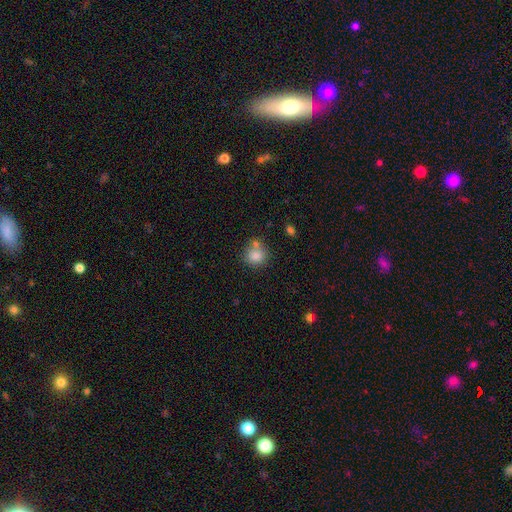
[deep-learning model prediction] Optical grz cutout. It shows a smooth galaxy with no disk features (83%) that is round (84%). Merging: none (60%).